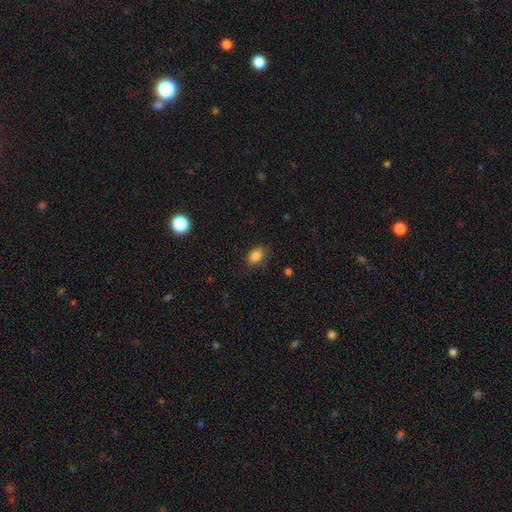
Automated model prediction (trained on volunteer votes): This appears to be a smooth galaxy with no disk features (85%) that is in between round and cigar-shaped (81%). Merging: none (82%).